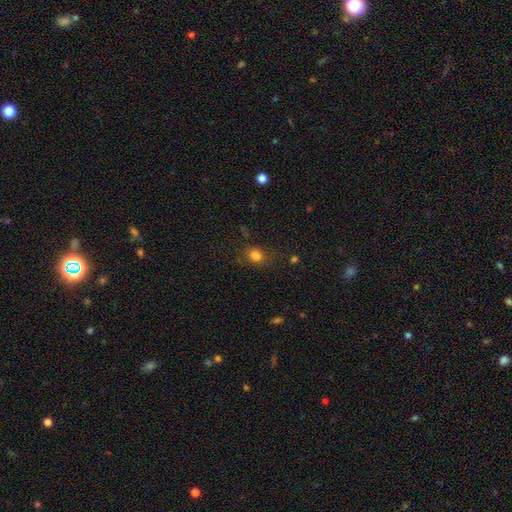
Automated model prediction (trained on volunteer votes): smooth 80%, star or artifact 14%, featured or disk 6%. Down the decision tree: how rounded — round (61%); merging — none (77%).